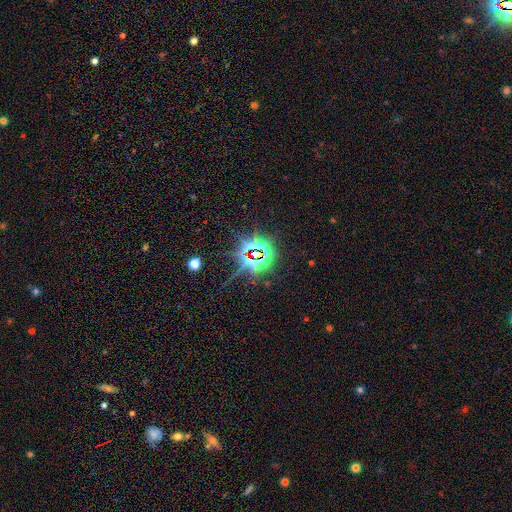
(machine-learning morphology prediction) type=star or artifact (84%).